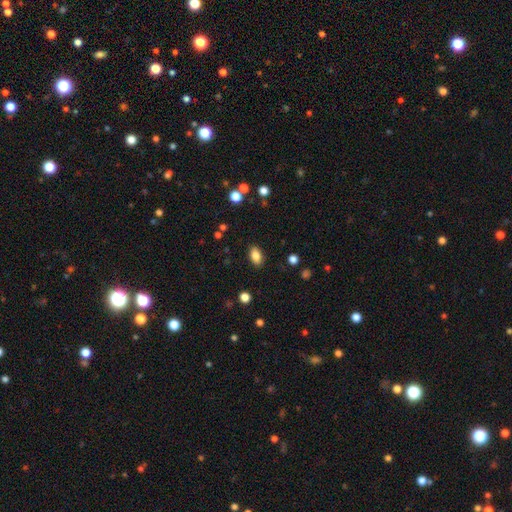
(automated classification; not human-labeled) smooth-or-featured: smooth: 85% | star or artifact: 9% | featured or disk: 6%
  how-rounded: in between: 89% | round: 9% | cigar-shaped: 2%
  merging: none: 87% | minor disturbance: 9% | major disturbance: 2% | merger: 1%